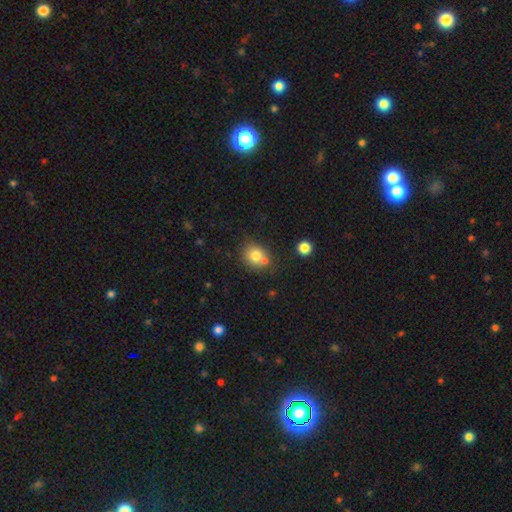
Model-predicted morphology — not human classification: Q: Smooth or featured?
A: smooth (76%); runner-up: featured or disk (13%)
Q: How rounded?
A: round (75%); runner-up: in between (24%)
Q: Merging?
A: none (57%); runner-up: merger (26%)